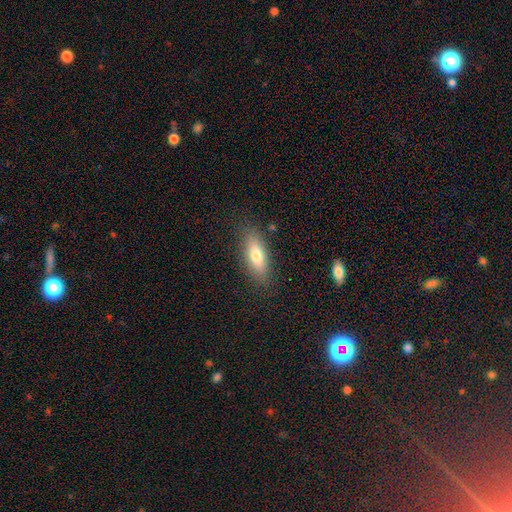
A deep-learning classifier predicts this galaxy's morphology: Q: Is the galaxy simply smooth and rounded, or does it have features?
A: smooth — 73%.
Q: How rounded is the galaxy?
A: in between — 64%.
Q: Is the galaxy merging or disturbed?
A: none — 84%.